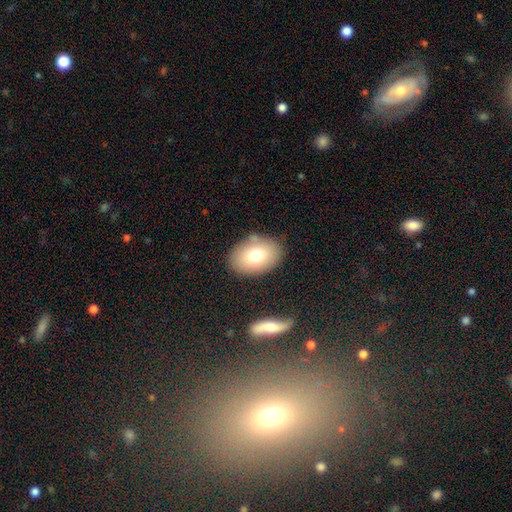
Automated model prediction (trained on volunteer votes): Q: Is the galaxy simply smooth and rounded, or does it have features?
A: smooth — 75%.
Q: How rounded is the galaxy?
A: in between — 79%.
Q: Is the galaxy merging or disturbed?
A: none — 81%.